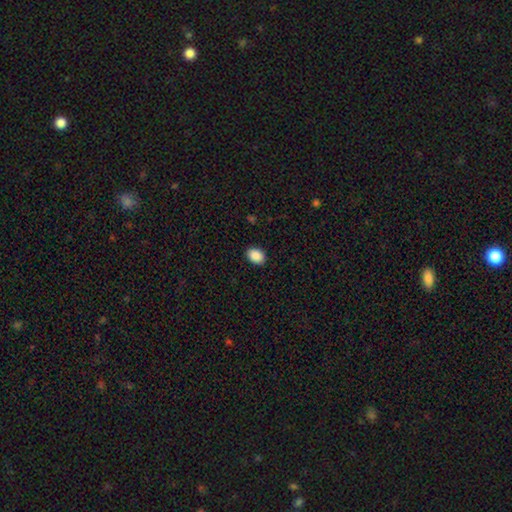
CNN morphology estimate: This is clearly a smooth galaxy (90%). How rounded: likely in between (73%). Merging: clearly none (90%).